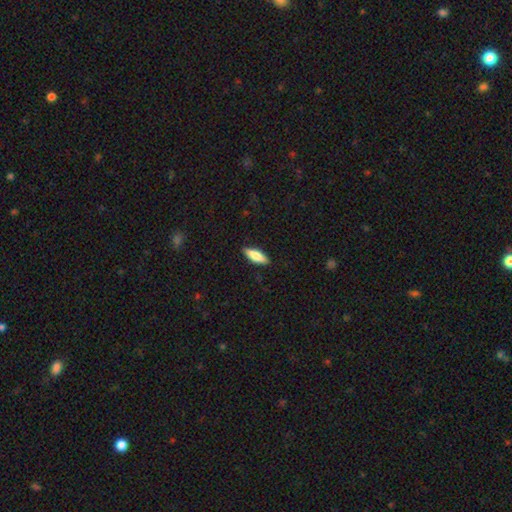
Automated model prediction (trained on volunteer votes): This is likely a smooth galaxy (75%). How rounded: possibly in between (53%). Merging: clearly none (88%).